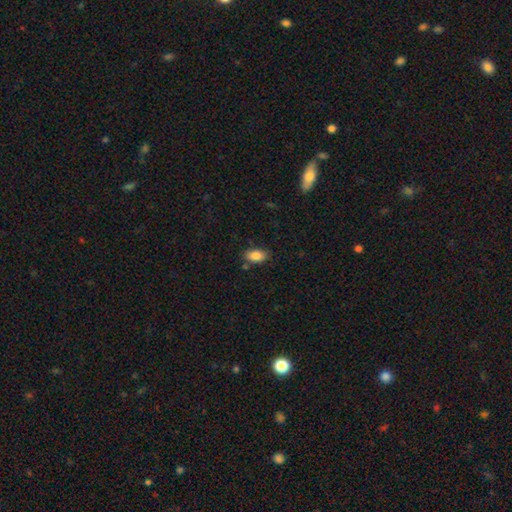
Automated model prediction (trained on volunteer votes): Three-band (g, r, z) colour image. It shows a smooth galaxy with no disk features (86%) that is in between round and cigar-shaped (91%). Merging: none (80%).